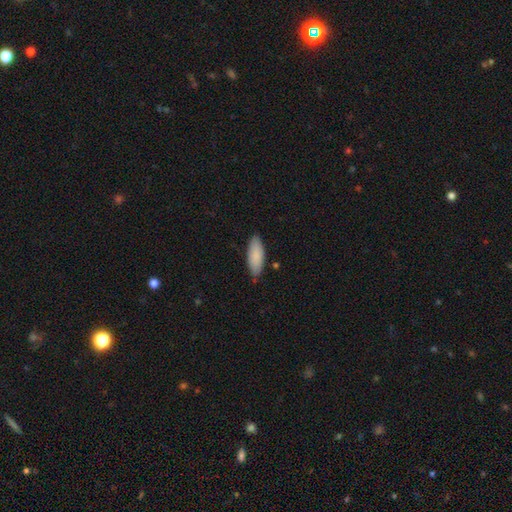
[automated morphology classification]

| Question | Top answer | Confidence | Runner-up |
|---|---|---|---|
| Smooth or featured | smooth | 87% | featured or disk (7%) |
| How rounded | in between | 74% | cigar-shaped (24%) |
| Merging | none | 81% | minor disturbance (15%) |